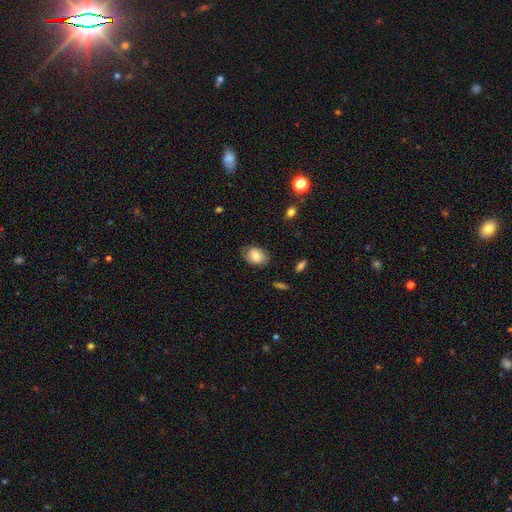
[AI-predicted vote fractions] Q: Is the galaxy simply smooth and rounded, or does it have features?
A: smooth — 65%.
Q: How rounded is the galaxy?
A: in between — 75%.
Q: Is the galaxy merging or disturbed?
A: none — 70%.